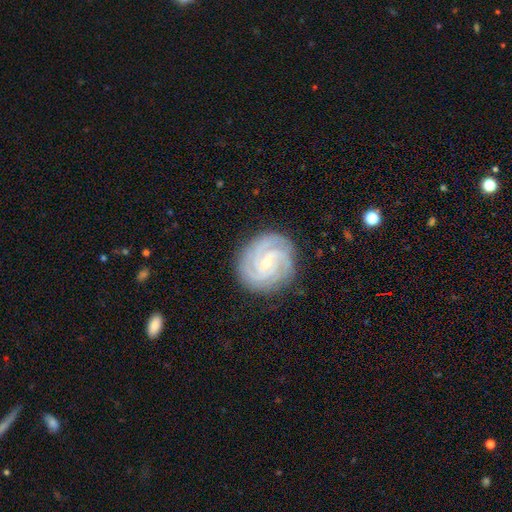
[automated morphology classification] featured or disk 88%, smooth 6%, star or artifact 6%. Down the decision tree: edge-on disk — no (98%); bar — no (52%); spiral arms — yes (98%); spiral arm count — 3 (39%); spiral winding — tight (75%); bulge size — small (67%); merging — none (84%).